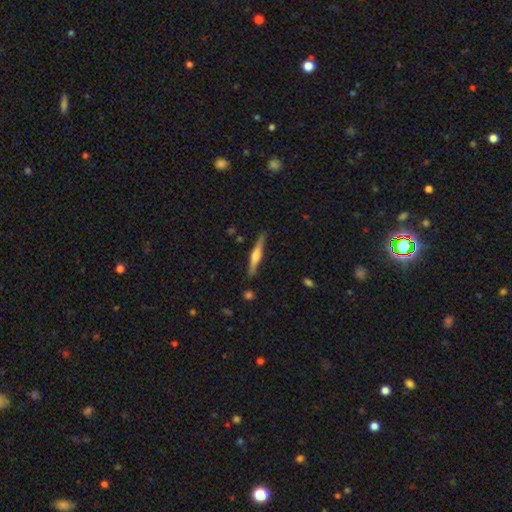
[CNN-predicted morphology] A featured or disk galaxy (64%) viewed edge-on (97%) with a rounded central bulge (67%).

Vote fractions:
- Smooth or featured? featured or disk: 64% / smooth: 30% / star or artifact: 6%
- Edge-on disk? yes: 97% / no: 3%
- Edge-on bulge? rounded: 67% / boxy: 25% / none: 8%
- Merging? none: 87% / minor disturbance: 10% / major disturbance: 2% / merger: 1%